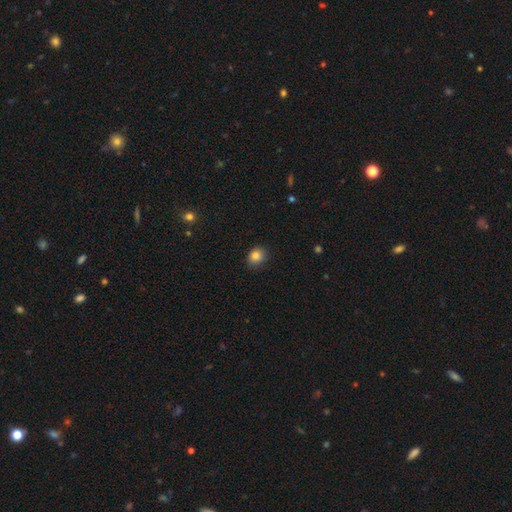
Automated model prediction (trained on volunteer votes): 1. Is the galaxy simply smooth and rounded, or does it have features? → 84% smooth, 11% star or artifact, 6% featured or disk.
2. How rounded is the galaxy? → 62% round, 37% in between, 1% cigar-shaped.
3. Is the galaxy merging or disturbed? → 85% none, 12% minor disturbance, 2% major disturbance, 1% merger.